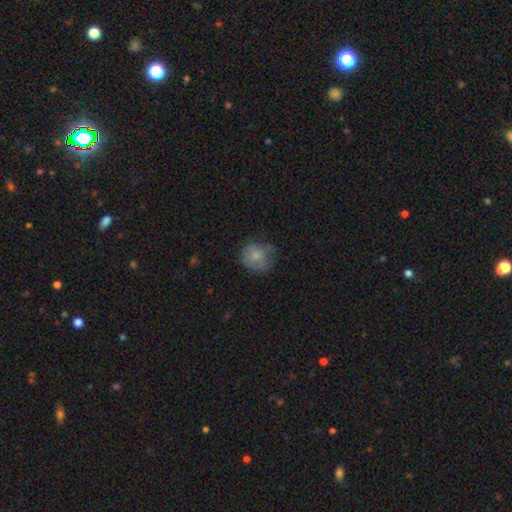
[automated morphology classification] Smooth or featured? smooth (67%)
How rounded? round (73%)
Merging? none (49%)